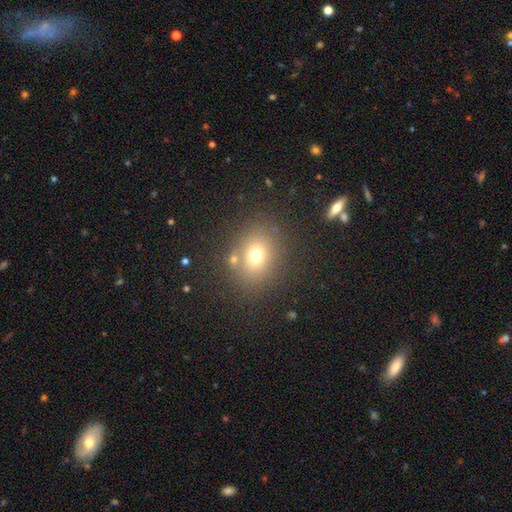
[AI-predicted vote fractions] A smooth galaxy with no disk features (71%) that is round (61%). Merging: none (77%).